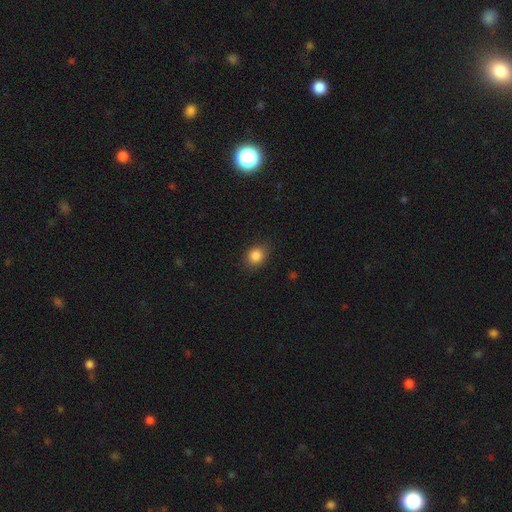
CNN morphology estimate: This is clearly a smooth galaxy (85%). How rounded: possibly round (58%). Merging: clearly none (82%).